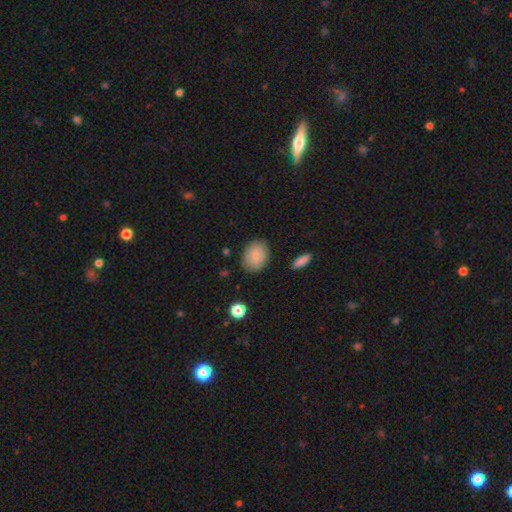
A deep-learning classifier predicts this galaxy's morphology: type=smooth (83%); roundness=in between (68%); merging=none (84%).